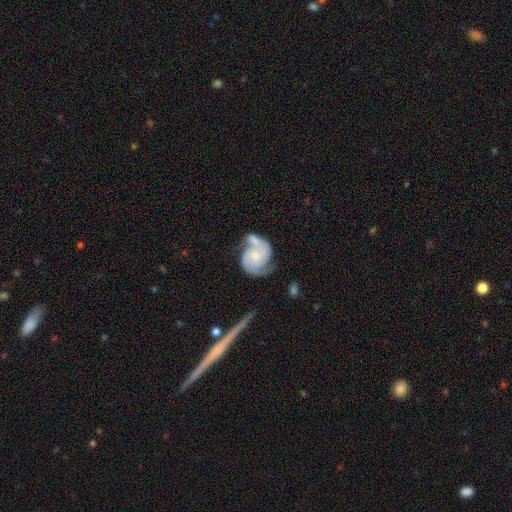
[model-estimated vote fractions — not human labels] Smooth or featured: featured or disk — 84% (smooth — 11%)
Edge-on disk: no — 98% (yes — 2%)
Bar: no — 66% (weak — 28%)
Spiral arms: yes — 96% (no — 4%)
Spiral winding: medium — 47% (tight — 39%)
Spiral arm count: 2 — 79% (3 — 10%)
Bulge size: small — 53% (moderate — 34%)
Merging: none — 43% (merger — 28%)